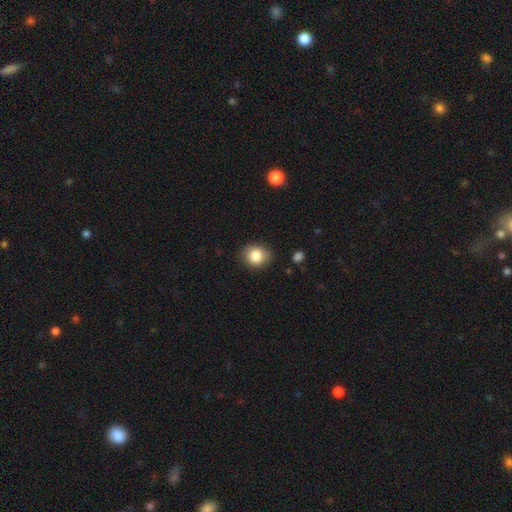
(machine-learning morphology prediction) smooth_or_featured: smooth (p=0.85) [alt: star or artifact p=0.09]
how_rounded: round (p=0.74) [alt: in between p=0.25]
merging: none (p=0.84) [alt: minor disturbance p=0.12]